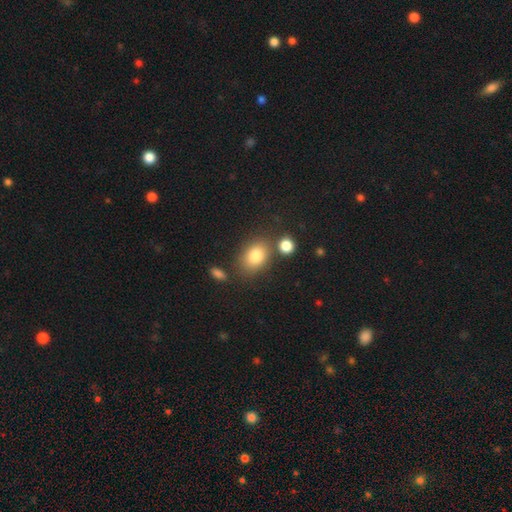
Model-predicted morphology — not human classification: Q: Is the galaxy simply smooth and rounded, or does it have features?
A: smooth — 81%.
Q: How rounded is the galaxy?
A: in between — 70%.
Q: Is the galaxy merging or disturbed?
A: none — 70%.